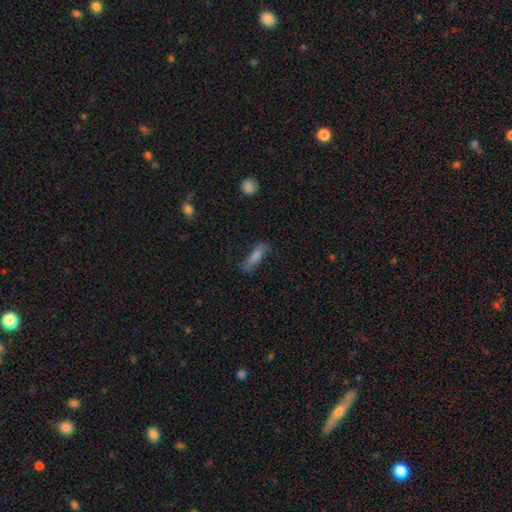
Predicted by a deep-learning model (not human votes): smooth_or_featured: smooth (p=0.64) [alt: featured or disk p=0.27]
how_rounded: cigar-shaped (p=0.62) [alt: in between p=0.35]
merging: none (p=0.68) [alt: minor disturbance p=0.22]